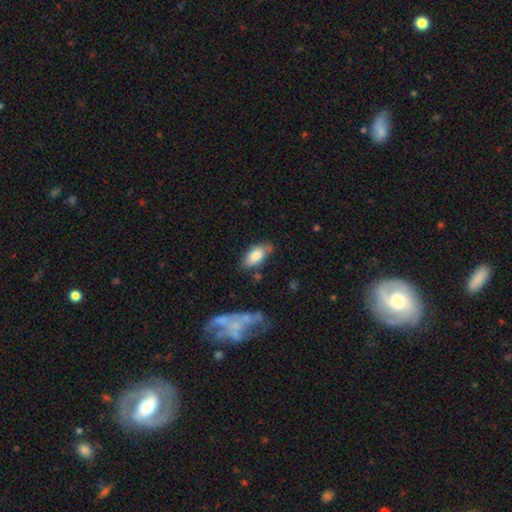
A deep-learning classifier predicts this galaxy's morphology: A smooth galaxy with no disk features (83%) that is in between round and cigar-shaped (90%).

Vote fractions:
- Smooth or featured? smooth: 83% / featured or disk: 11% / star or artifact: 7%
- How rounded? in between: 90% / cigar-shaped: 7% / round: 3%
- Merging? none: 70% / minor disturbance: 21% / major disturbance: 5% / merger: 5%